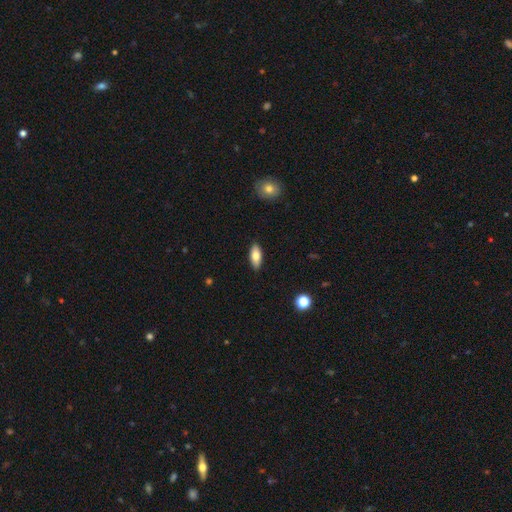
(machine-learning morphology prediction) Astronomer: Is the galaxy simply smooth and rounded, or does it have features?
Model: smooth — 78%.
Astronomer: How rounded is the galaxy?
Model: in between — 83%.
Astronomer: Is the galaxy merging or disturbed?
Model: none — 89%.